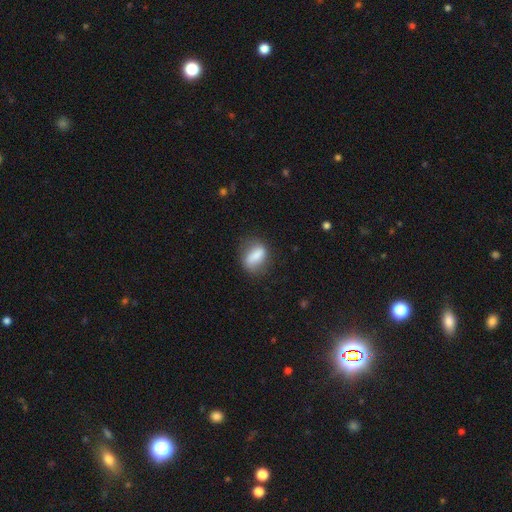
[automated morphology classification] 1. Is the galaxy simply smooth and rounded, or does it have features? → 73% smooth, 20% featured or disk, 8% star or artifact.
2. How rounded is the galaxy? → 72% in between, 17% round, 11% cigar-shaped.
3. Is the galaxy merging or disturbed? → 68% none, 21% minor disturbance, 8% major disturbance, 2% merger.